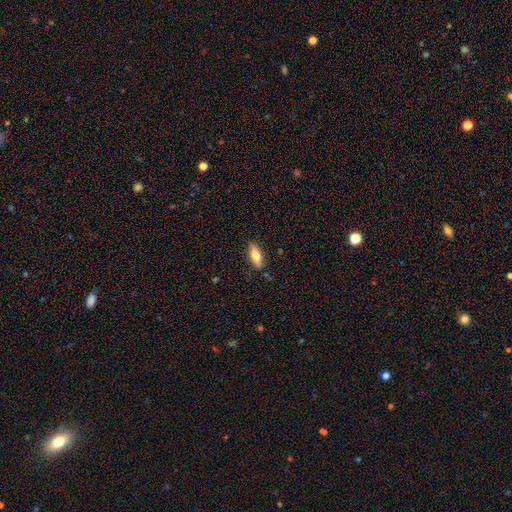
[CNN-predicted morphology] A smooth galaxy with no disk features (71%) that is in between round and cigar-shaped (68%). Merging: none (84%).